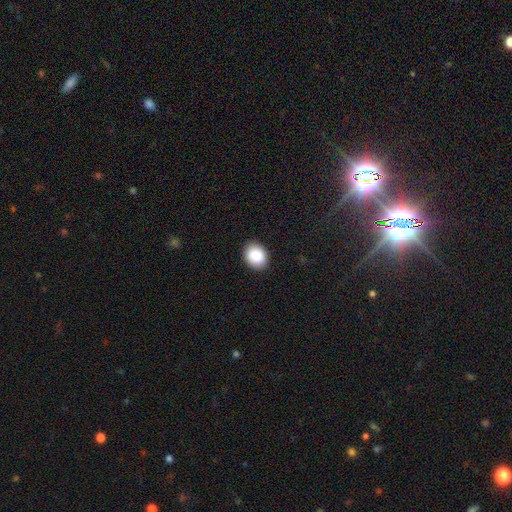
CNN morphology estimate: Smooth or featured? smooth (88%)
How rounded? in between (56%)
Merging? none (90%)